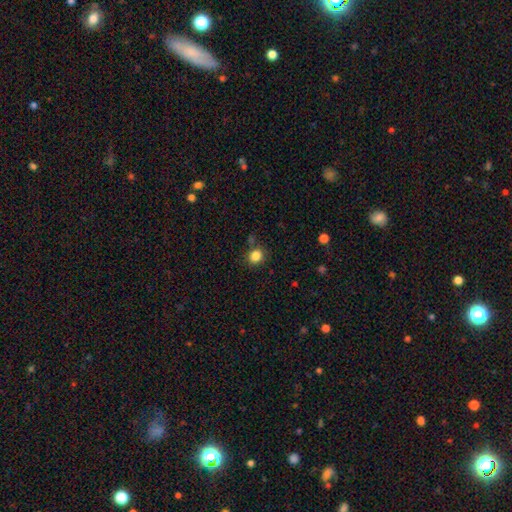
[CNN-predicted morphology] smooth-or-featured: smooth: 84% | star or artifact: 11% | featured or disk: 4%
  how-rounded: round: 75% | in between: 24% | cigar-shaped: 1%
  merging: none: 81% | minor disturbance: 11% | merger: 5% | major disturbance: 3%